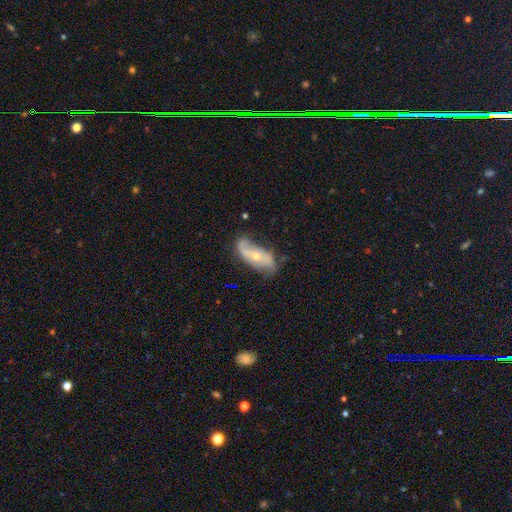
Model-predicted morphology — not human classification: A featured or disk galaxy (71%) with no bar (53%), 2 (82%) loose (61%) spiral arms (82%) and a small central bulge (49%).

Vote fractions:
- Smooth or featured? featured or disk: 71% / smooth: 22% / star or artifact: 7%
- Edge-on disk? no: 87% / yes: 13%
- Bar? no: 53% / weak: 27% / strong: 20%
- Spiral arms? yes: 82% / no: 18%
- Spiral winding? loose: 61% / medium: 26% / tight: 13%
- Spiral arm count? 2: 82% / can't tell: 10% / 1: 6% / 3: 1% / 4: 1% / more than 4: 1%
- Bulge size? small: 49% / moderate: 47% / large: 2% / none: 1% / dominant: 1%
- Merging? none: 59% / minor disturbance: 28% / major disturbance: 11% / merger: 2%